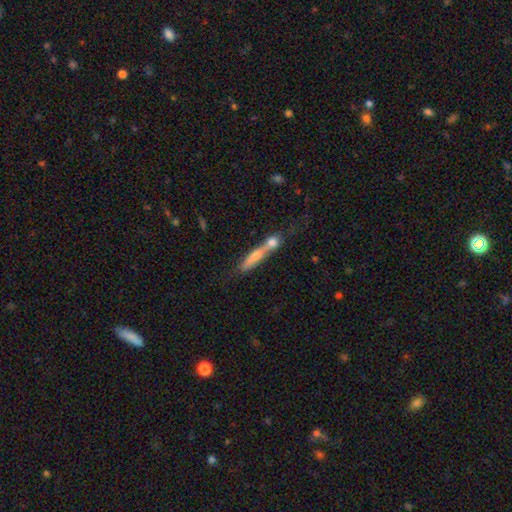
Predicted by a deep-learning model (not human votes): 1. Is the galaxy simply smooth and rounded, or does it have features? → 51% smooth, 41% featured or disk, 9% star or artifact.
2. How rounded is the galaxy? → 85% cigar-shaped, 11% in between, 4% round.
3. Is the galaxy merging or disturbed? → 42% merger, 38% none, 13% minor disturbance, 7% major disturbance.